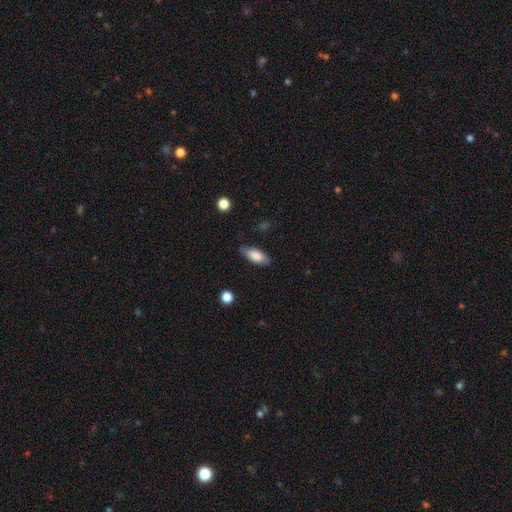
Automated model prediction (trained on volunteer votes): Smooth or featured?
  - smooth: 82% *
  - featured or disk: 11%
  - star or artifact: 7%
How rounded?
  - in between: 84% *
  - cigar-shaped: 14%
  - round: 2%
Merging?
  - none: 75% *
  - minor disturbance: 19%
  - major disturbance: 4%
  - merger: 1%